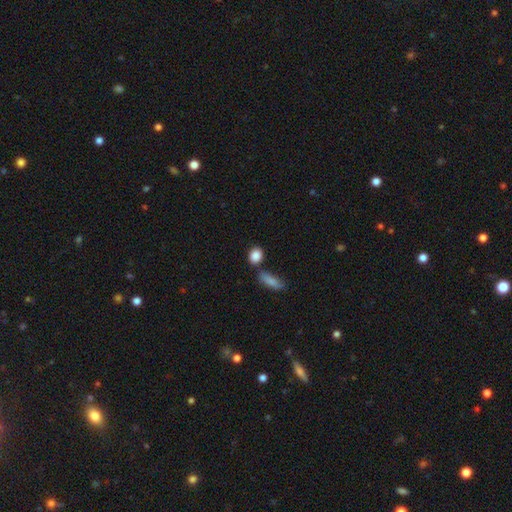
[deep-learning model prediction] smooth 88%, star or artifact 8%, featured or disk 5%. Down the decision tree: how rounded — round (49%); merging — none (65%).